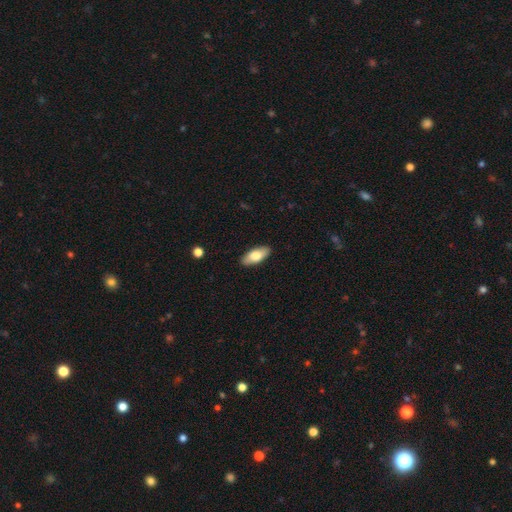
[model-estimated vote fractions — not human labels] Overall: smooth (74%). How rounded: in between (87%). Merging: none (89%).